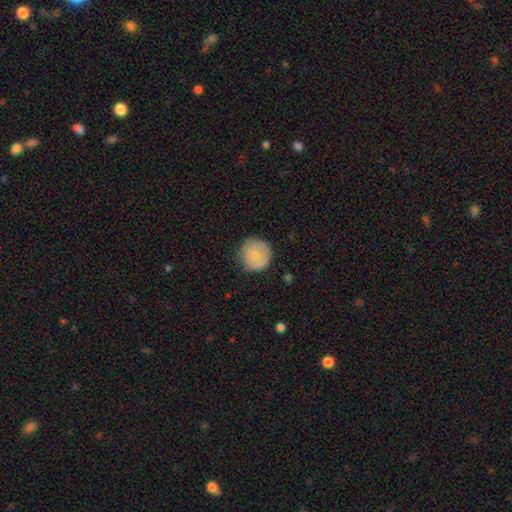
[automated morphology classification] smooth-or-featured: smooth: 72% | featured or disk: 21% | star or artifact: 7%
  how-rounded: round: 94% | in between: 5% | cigar-shaped: 1%
  merging: none: 79% | minor disturbance: 16% | major disturbance: 4% | merger: 1%